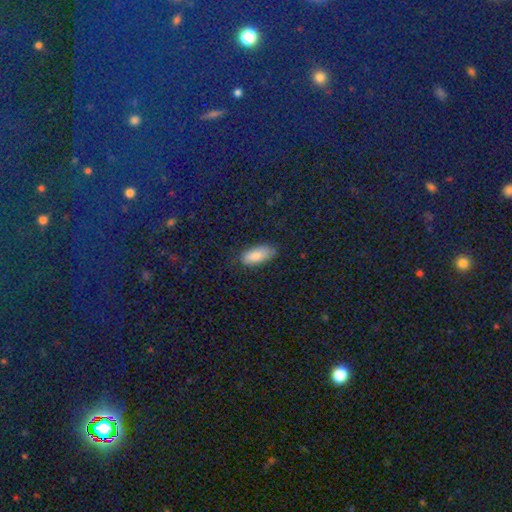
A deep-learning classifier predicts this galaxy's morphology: Smooth or featured: smooth — 83% (star or artifact — 9%)
How rounded: in between — 83% (cigar-shaped — 14%)
Merging: none — 81% (minor disturbance — 14%)